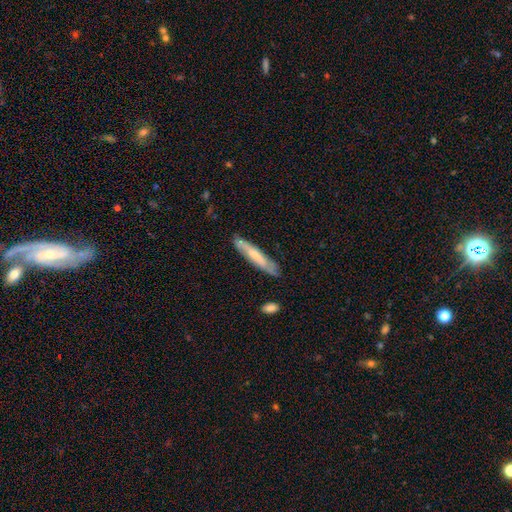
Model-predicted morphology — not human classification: type=smooth (51%); roundness=cigar-shaped (87%); merging=none (79%).